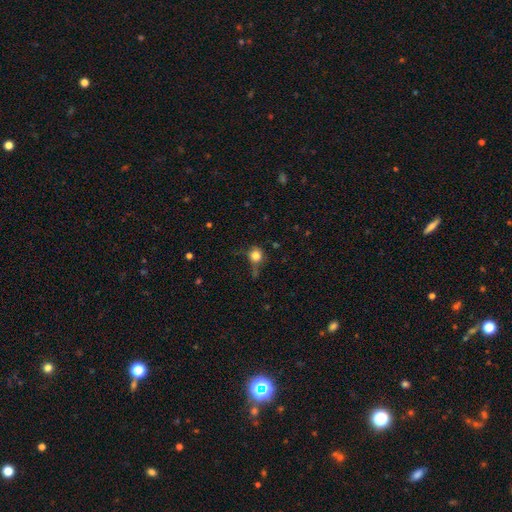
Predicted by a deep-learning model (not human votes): The model was most divided on "merging": none: 55%, minor disturbance: 25%, major disturbance: 13%, merger: 7%. More confident: how rounded — round (84%); smooth or featured — smooth (81%).